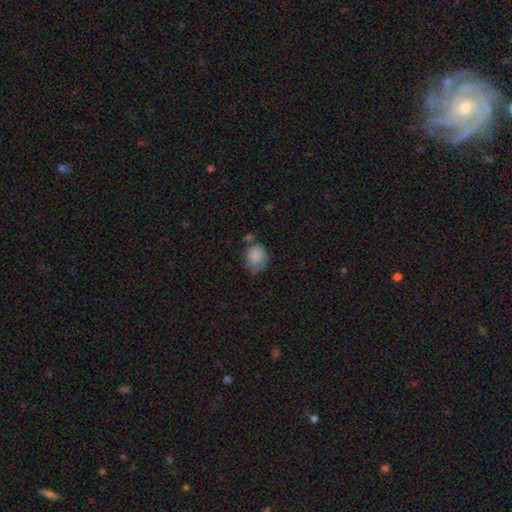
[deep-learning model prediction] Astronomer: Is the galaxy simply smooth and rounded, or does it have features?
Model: smooth — 86%.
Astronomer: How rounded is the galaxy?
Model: round — 61% (runner-up: in between, 38%).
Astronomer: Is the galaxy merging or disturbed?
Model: none — 55%.